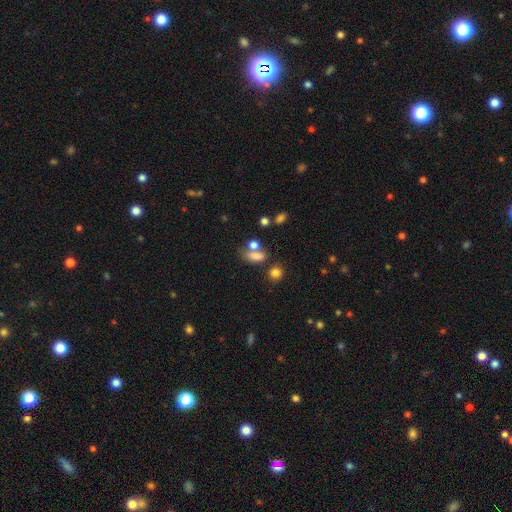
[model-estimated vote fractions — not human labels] smooth 74%, star or artifact 15%, featured or disk 11%. Down the decision tree: how rounded — in between (74%); merging — none (43%).